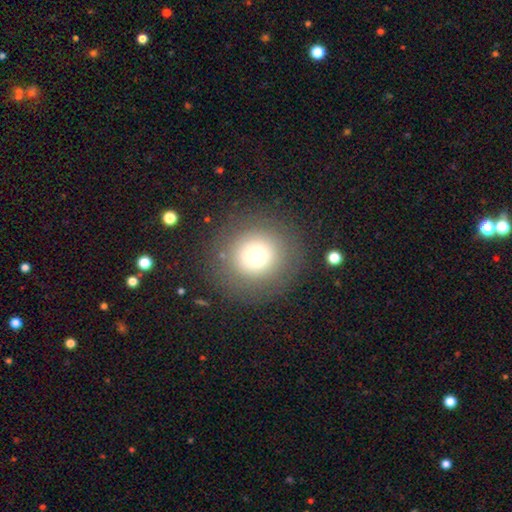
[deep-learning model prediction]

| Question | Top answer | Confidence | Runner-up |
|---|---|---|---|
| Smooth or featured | smooth | 72% | featured or disk (14%) |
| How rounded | round | 95% | in between (4%) |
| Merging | none | 87% | minor disturbance (7%) |